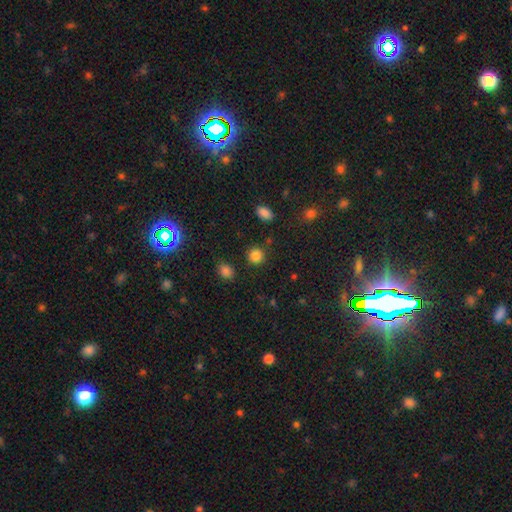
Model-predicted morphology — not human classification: Smooth or featured: smooth — 84% (star or artifact — 12%)
How rounded: round — 91% (in between — 8%)
Merging: none — 87% (minor disturbance — 7%)